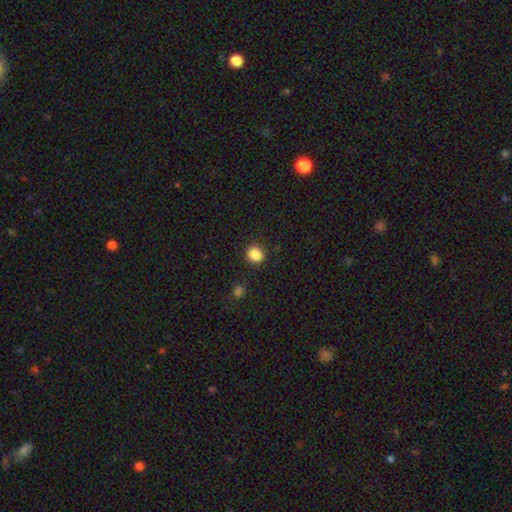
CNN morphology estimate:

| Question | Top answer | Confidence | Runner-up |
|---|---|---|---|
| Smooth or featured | smooth | 86% | star or artifact (10%) |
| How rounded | round | 74% | in between (25%) |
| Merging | none | 86% | minor disturbance (9%) |